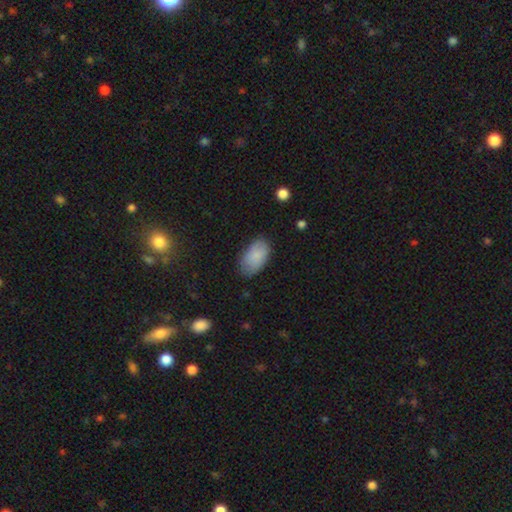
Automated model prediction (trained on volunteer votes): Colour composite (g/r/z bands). It shows a smooth galaxy with no disk features (84%) that is in between round and cigar-shaped (94%). Merging: none (75%).